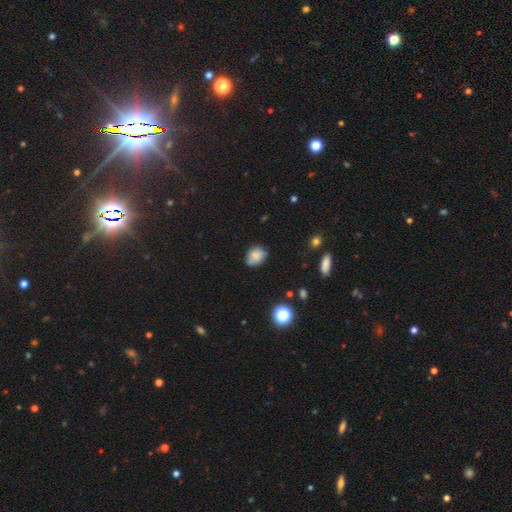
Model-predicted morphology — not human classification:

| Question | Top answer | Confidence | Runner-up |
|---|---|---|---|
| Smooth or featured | smooth | 80% | star or artifact (10%) |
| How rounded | in between | 53% | round (46%) |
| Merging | none | 67% | minor disturbance (26%) |